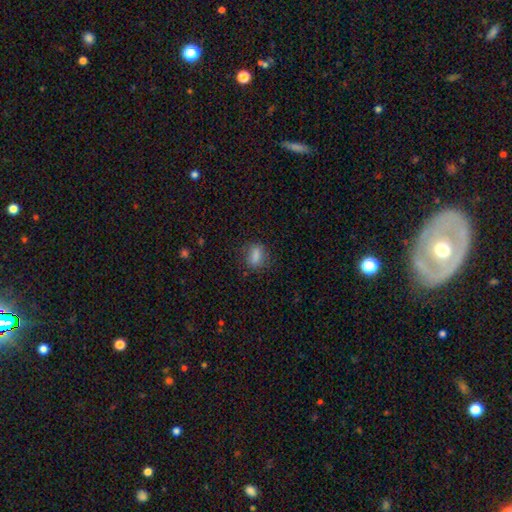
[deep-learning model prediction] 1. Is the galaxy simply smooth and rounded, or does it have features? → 80% smooth, 10% star or artifact, 10% featured or disk.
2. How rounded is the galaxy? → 65% in between, 23% round, 12% cigar-shaped.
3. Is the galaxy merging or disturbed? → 77% none, 16% minor disturbance, 6% major disturbance, 2% merger.